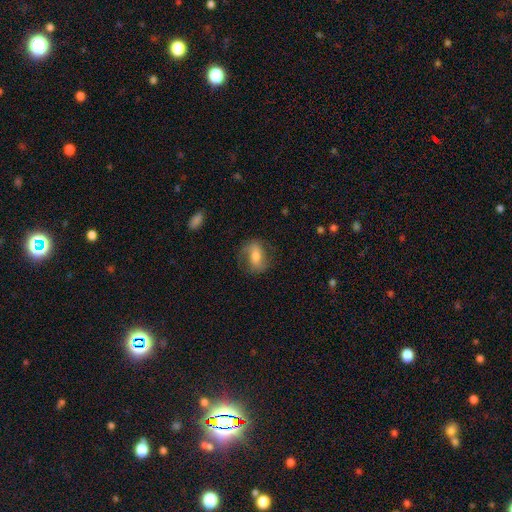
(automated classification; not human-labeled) smooth_or_featured: featured or disk (p=0.48) [alt: smooth p=0.43]
merging: none (p=0.70) [alt: minor disturbance p=0.19]